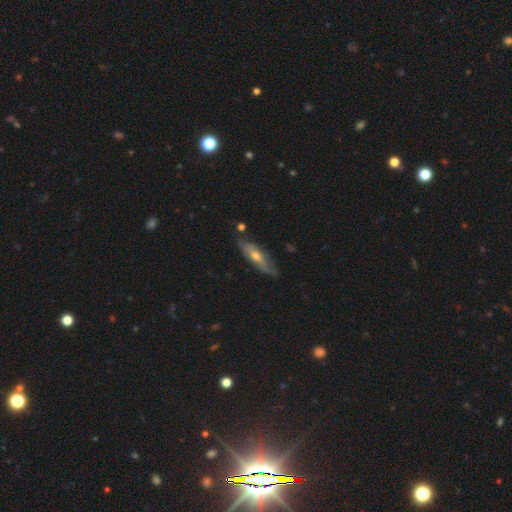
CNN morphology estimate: type=featured or disk (55%); edge-on=no (50%, tied with yes); merging=none (73%).